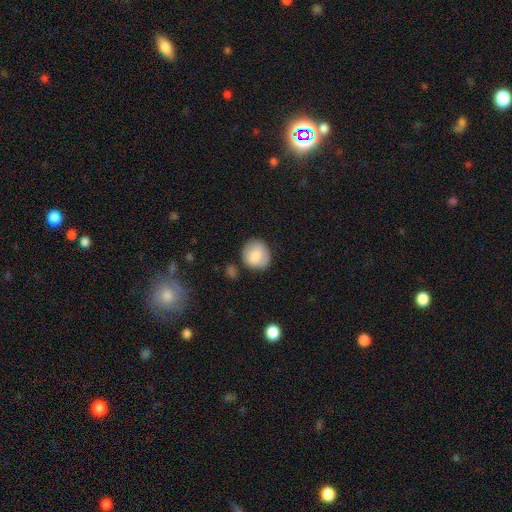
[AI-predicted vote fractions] smooth-or-featured: smooth: 84% | featured or disk: 9% | star or artifact: 7%
  how-rounded: round: 80% | in between: 19% | cigar-shaped: 1%
  merging: none: 76% | minor disturbance: 15% | merger: 5% | major disturbance: 4%